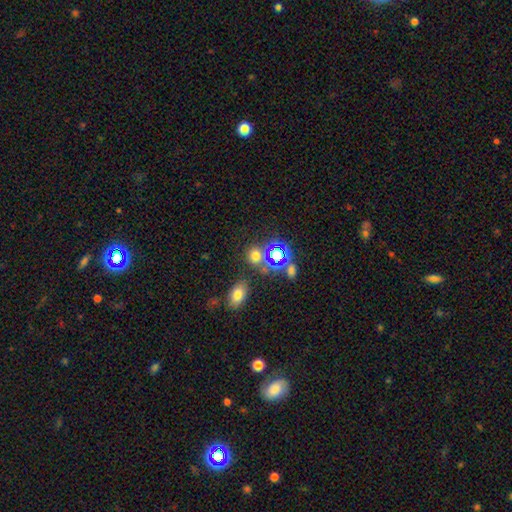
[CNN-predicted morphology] Q: Smooth or featured?
A: smooth (59%); runner-up: star or artifact (33%)
Q: How rounded?
A: round (74%); runner-up: in between (25%)
Q: Merging?
A: none (70%); runner-up: merger (14%)